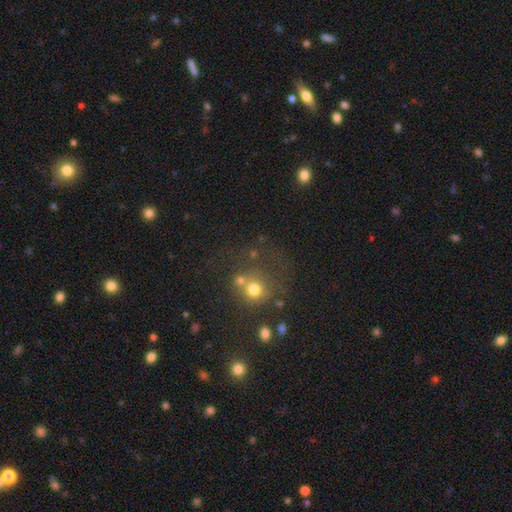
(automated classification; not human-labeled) Smooth or featured: smooth — 48% (star or artifact — 39%)
Merging: none — 58% (merger — 20%)